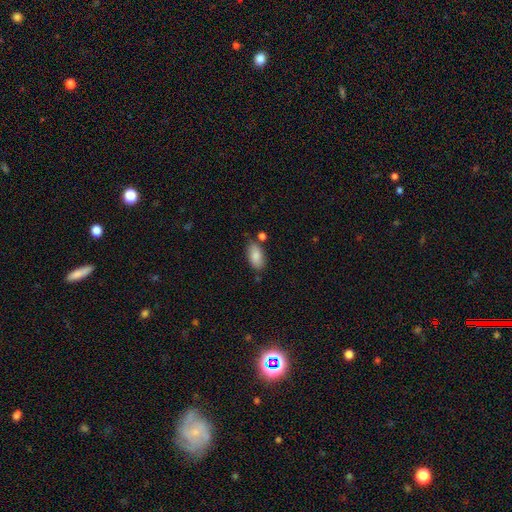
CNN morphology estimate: A smooth galaxy with no disk features (87%) that is in between round and cigar-shaped (93%).

Vote fractions:
- Smooth or featured? smooth: 87% / featured or disk: 7% / star or artifact: 7%
- How rounded? in between: 93% / cigar-shaped: 4% / round: 3%
- Merging? none: 76% / minor disturbance: 14% / merger: 7% / major disturbance: 3%